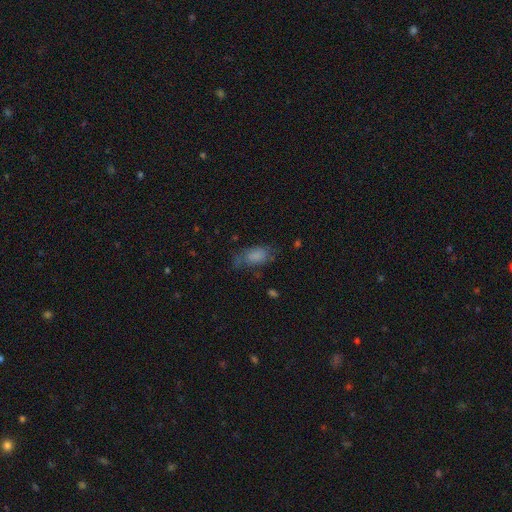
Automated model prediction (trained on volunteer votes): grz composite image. It shows a smooth galaxy with no disk features (74%) that is in between round and cigar-shaped (88%). Merging: none (52%).